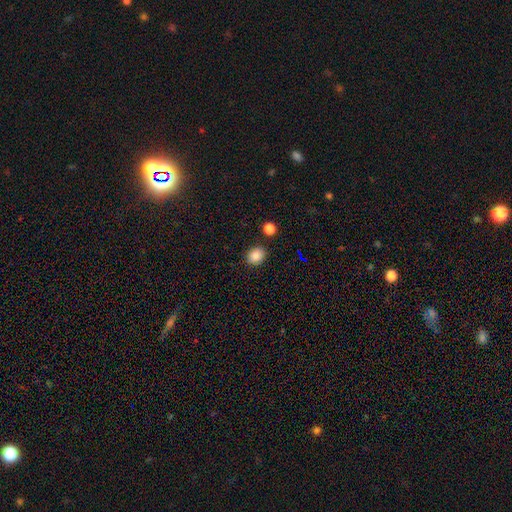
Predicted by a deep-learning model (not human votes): smooth_or_featured: smooth (p=0.86) [alt: star or artifact p=0.10]
how_rounded: in between (p=0.53) [alt: round p=0.46]
merging: none (p=0.85) [alt: minor disturbance p=0.09]